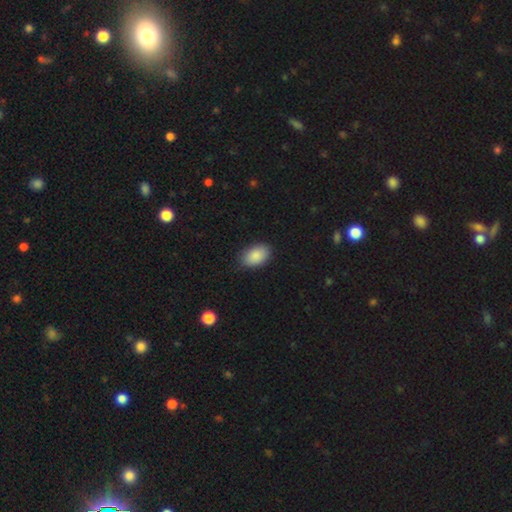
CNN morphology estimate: Smooth or featured? Predicted: smooth (p=0.88). How rounded? Predicted: in between (p=0.92). Merging? Predicted: none (p=0.85).